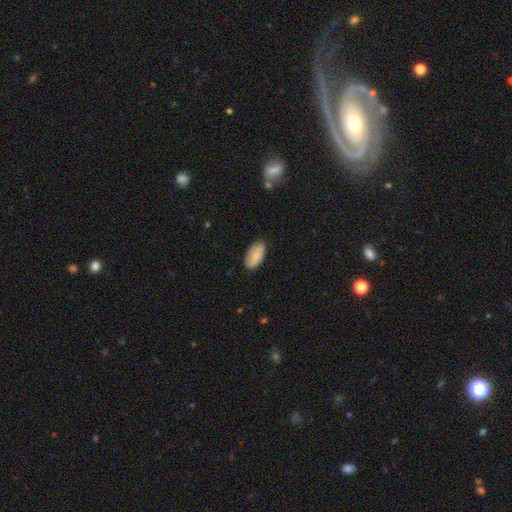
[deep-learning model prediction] Smooth or featured? smooth (79%)
How rounded? in between (93%)
Merging? none (84%)